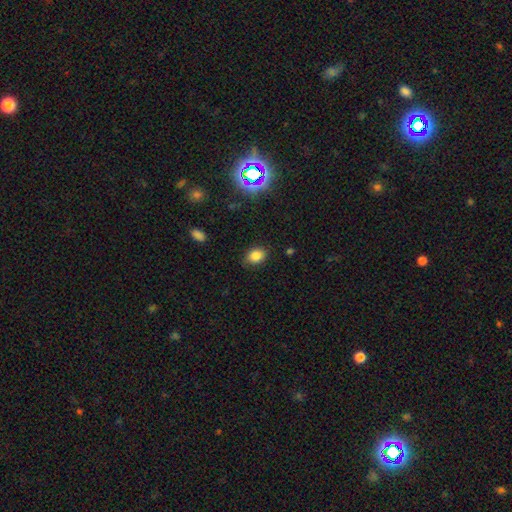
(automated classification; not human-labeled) Smooth or featured? Predicted: smooth (p=0.81). How rounded? Predicted: in between (p=0.60). Merging? Predicted: none (p=0.83).